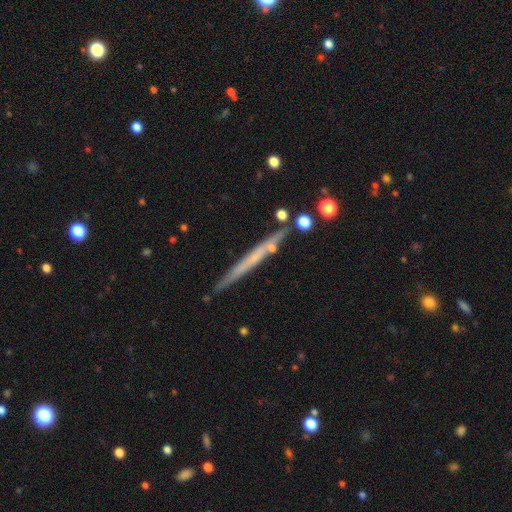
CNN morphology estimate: Q: Smooth or featured?
A: featured or disk (54%); runner-up: smooth (39%)
Q: Edge-on disk?
A: yes (95%); runner-up: no (5%)
Q: Edge-on bulge?
A: none (85%); runner-up: rounded (10%)
Q: Merging?
A: none (80%); runner-up: minor disturbance (12%)